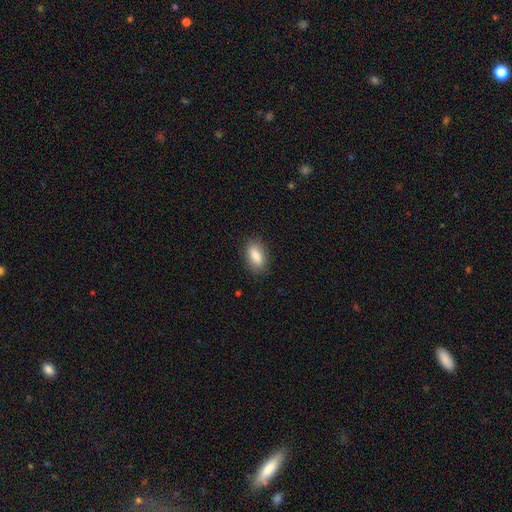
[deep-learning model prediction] This appears to be a smooth galaxy with no disk features (85%) that is in between round and cigar-shaped (89%). Merging: none (86%).